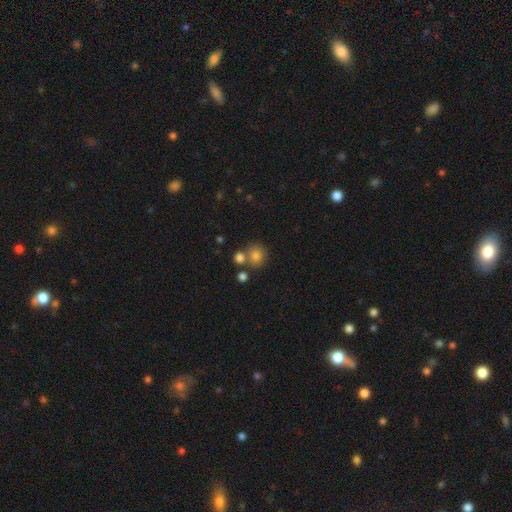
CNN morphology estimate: Smooth or featured? smooth (79%)
How rounded? round (85%)
Merging? none (63%)